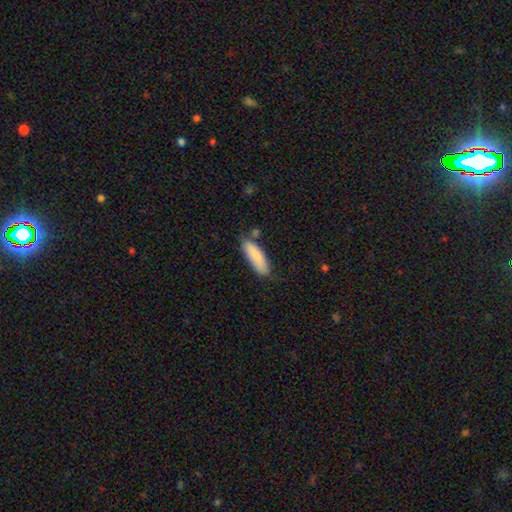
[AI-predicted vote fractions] smooth_or_featured: smooth (p=0.85) [alt: featured or disk p=0.09]
how_rounded: in between (p=0.55) [alt: cigar-shaped p=0.43]
merging: none (p=0.70) [alt: minor disturbance p=0.20]